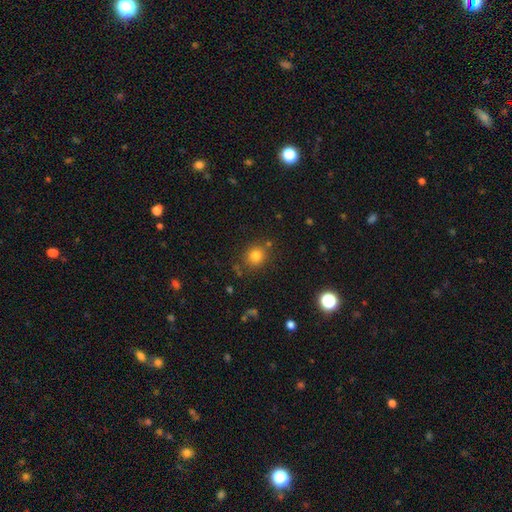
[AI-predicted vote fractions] The model was most divided on "smooth or featured": smooth: 80%, star or artifact: 13%, featured or disk: 7%. More confident: how rounded — round (83%); merging — none (80%).